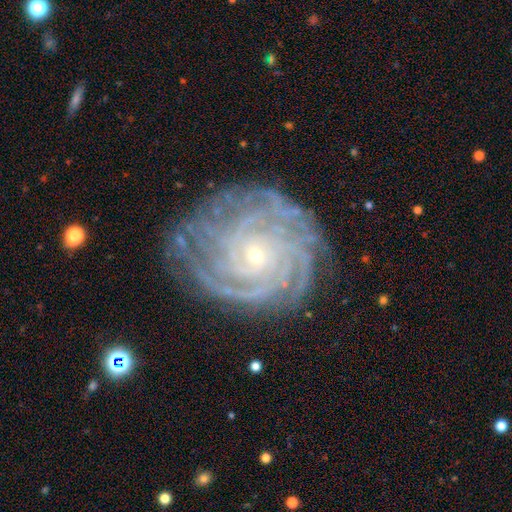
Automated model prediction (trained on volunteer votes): Smooth or featured? featured or disk (89%)
Edge-on disk? no (97%)
Bar? no (72%)
Spiral arms? yes (98%)
Spiral winding? tight (83%)
Spiral arm count? more than 4 (30%)
Bulge size? small (82%)
Merging? none (79%)